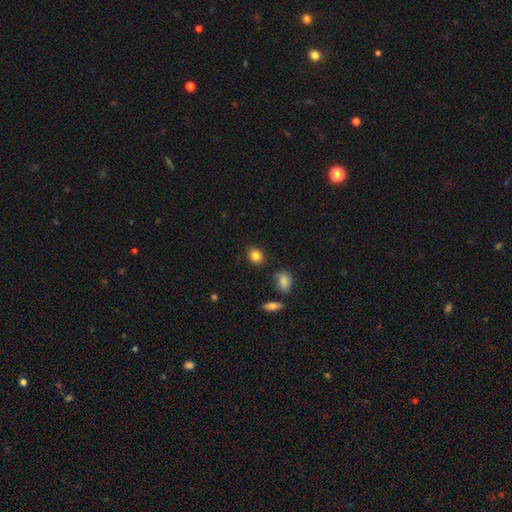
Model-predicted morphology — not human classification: A smooth galaxy with no disk features (84%) that is round (53%). Merging: none (84%).